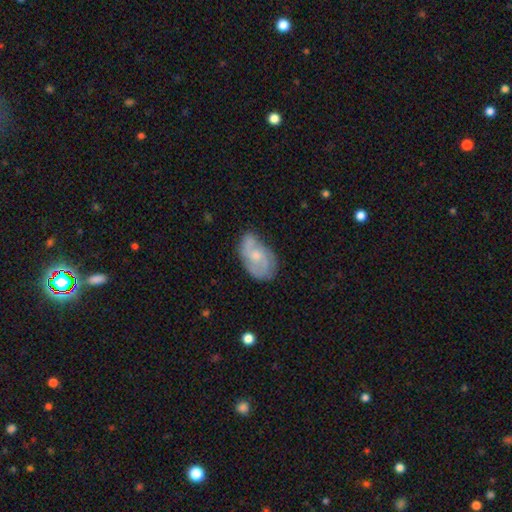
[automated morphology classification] Q: Smooth or featured?
A: featured or disk (65%); runner-up: smooth (29%)
Q: Edge-on disk?
A: no (97%); runner-up: yes (3%)
Q: Bar?
A: no (66%); runner-up: weak (30%)
Q: Spiral arms?
A: yes (84%); runner-up: no (16%)
Q: Spiral winding?
A: medium (45%); runner-up: tight (37%)
Q: Spiral arm count?
A: 2 (50%); runner-up: can't tell (24%)
Q: Bulge size?
A: moderate (46%); runner-up: small (42%)
Q: Merging?
A: none (59%); runner-up: minor disturbance (28%)